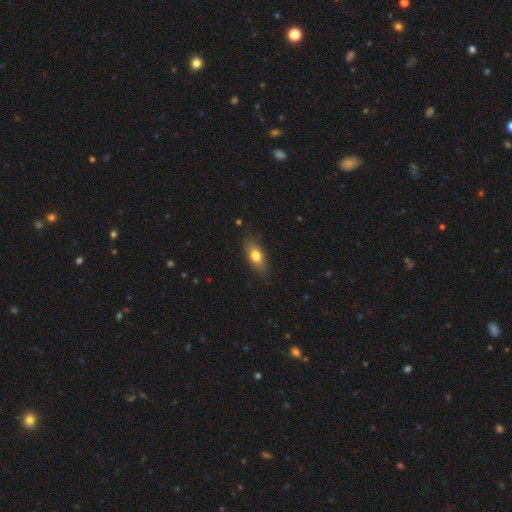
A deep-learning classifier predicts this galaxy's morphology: smooth-or-featured: smooth: 74% | featured or disk: 19% | star or artifact: 7%
  how-rounded: in between: 80% | cigar-shaped: 15% | round: 5%
  merging: none: 81% | minor disturbance: 15% | major disturbance: 3% | merger: 1%